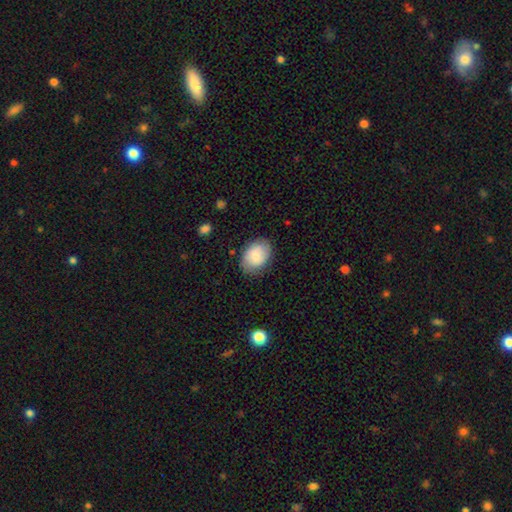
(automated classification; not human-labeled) A smooth galaxy with no disk features (74%) that is in between round and cigar-shaped (78%). Merging: none (80%).